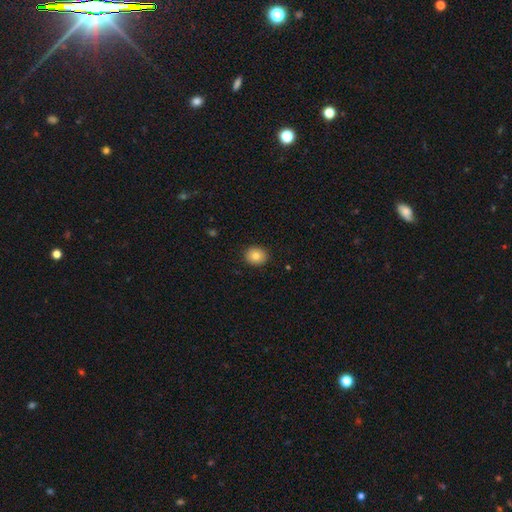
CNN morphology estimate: Smooth or featured?
  - smooth: 82% *
  - star or artifact: 9%
  - featured or disk: 9%
How rounded?
  - round: 67% *
  - in between: 32%
  - cigar-shaped: 1%
Merging?
  - none: 90% *
  - minor disturbance: 7%
  - major disturbance: 2%
  - merger: 1%